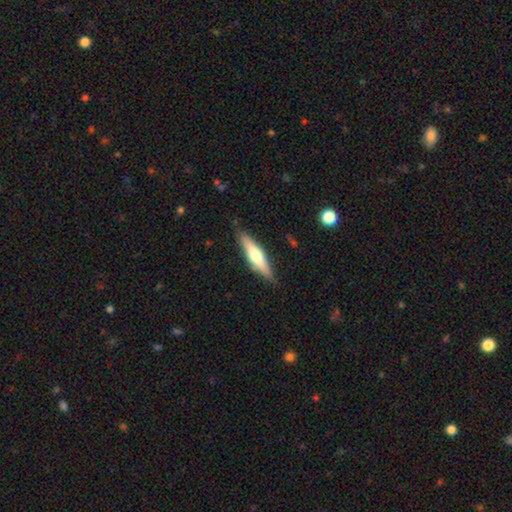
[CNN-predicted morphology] Smooth or featured? Predicted: smooth (p=0.50). Merging? Predicted: none (p=0.85).